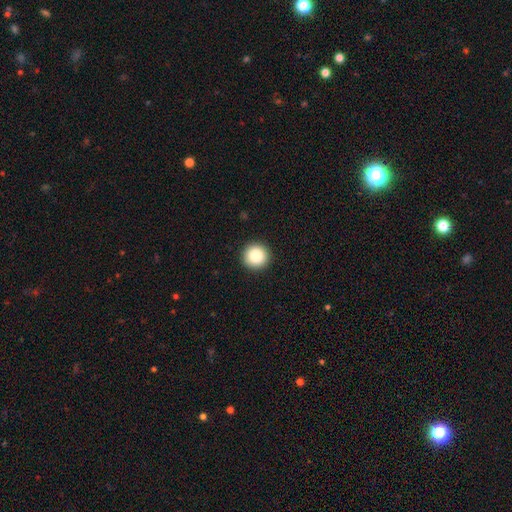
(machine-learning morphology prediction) smooth-or-featured: smooth: 87% | star or artifact: 9% | featured or disk: 4%
  how-rounded: round: 95% | in between: 4% | cigar-shaped: 1%
  merging: none: 93% | minor disturbance: 4% | major disturbance: 1% | merger: 1%